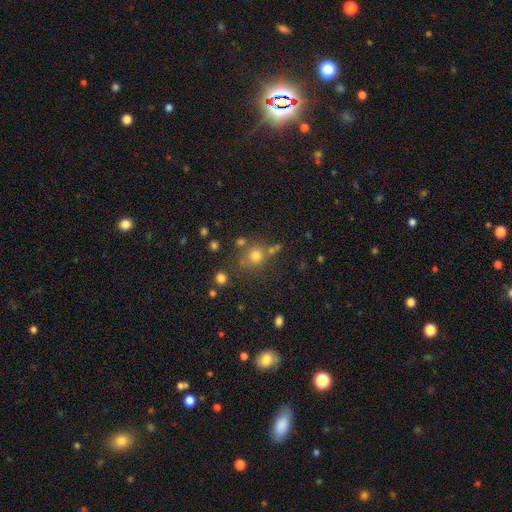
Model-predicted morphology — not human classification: A smooth galaxy with no disk features (70%) that is round (88%). Merging: none (70%).